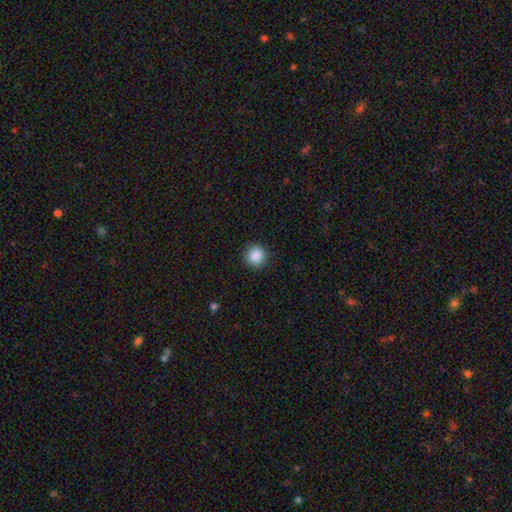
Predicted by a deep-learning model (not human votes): This is clearly a smooth galaxy (88%). How rounded: clearly round (92%). Merging: clearly none (91%).